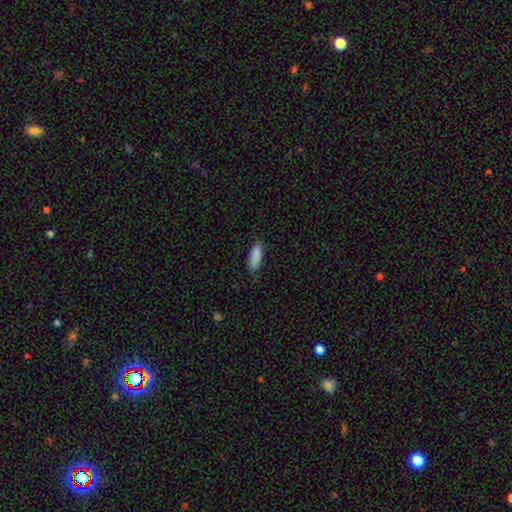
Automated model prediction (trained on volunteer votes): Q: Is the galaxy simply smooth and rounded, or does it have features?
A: smooth — 88%.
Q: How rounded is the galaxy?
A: in between — 50%.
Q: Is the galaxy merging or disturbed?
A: none — 83%.